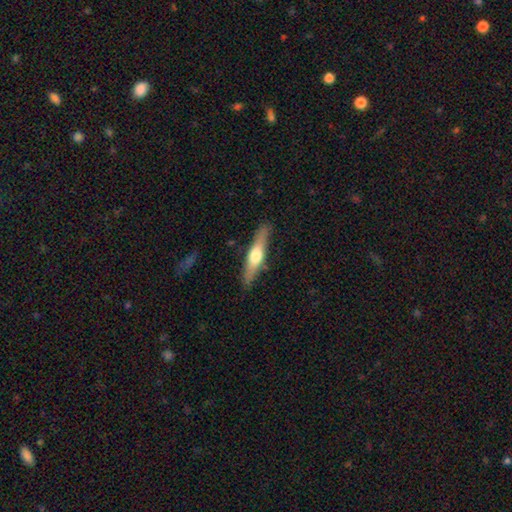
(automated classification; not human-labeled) smooth-or-featured: featured or disk: 54% | smooth: 40% | star or artifact: 5%
  disk-edge-on: yes: 94% | no: 6%
    edge-on-bulge: rounded: 91% | boxy: 5% | none: 4%
  merging: none: 87% | minor disturbance: 10% | major disturbance: 2% | merger: 1%